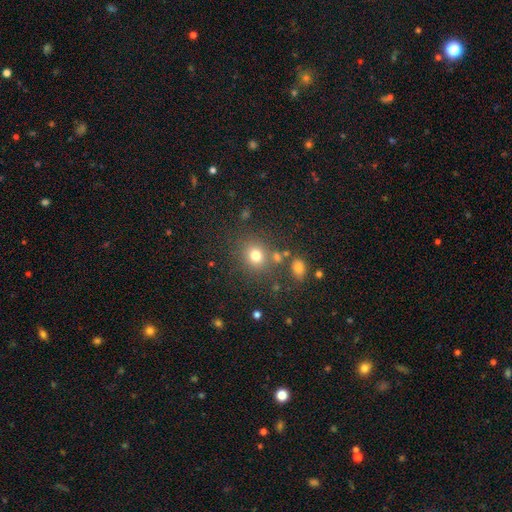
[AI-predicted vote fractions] A smooth galaxy with no disk features (75%) that is round (79%).

Vote fractions:
- Smooth or featured? smooth: 75% / star or artifact: 17% / featured or disk: 8%
- How rounded? round: 79% / in between: 20% / cigar-shaped: 1%
- Merging? none: 76% / minor disturbance: 11% / merger: 9% / major disturbance: 5%